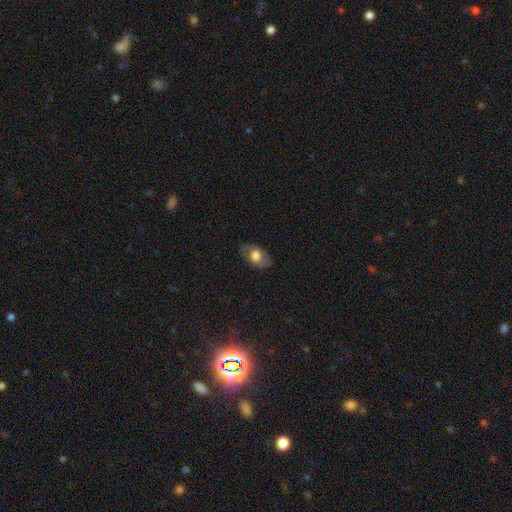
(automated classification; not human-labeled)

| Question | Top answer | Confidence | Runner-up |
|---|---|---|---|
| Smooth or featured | smooth | 64% | featured or disk (29%) |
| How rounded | in between | 90% | round (8%) |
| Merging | none | 76% | minor disturbance (18%) |